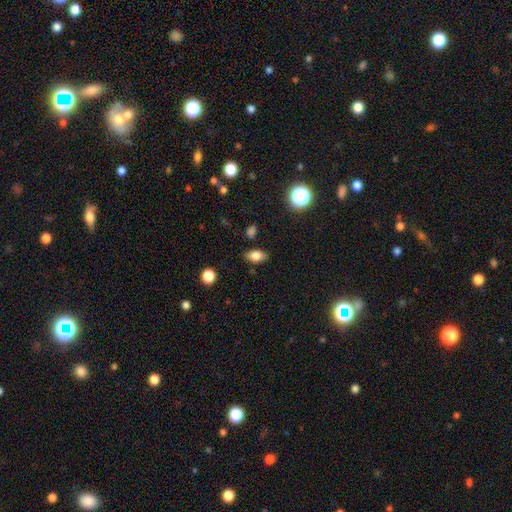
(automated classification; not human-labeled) The model was most divided on "smooth or featured": smooth: 78%, featured or disk: 11%, star or artifact: 10%. More confident: how rounded — in between (86%); merging — none (82%).